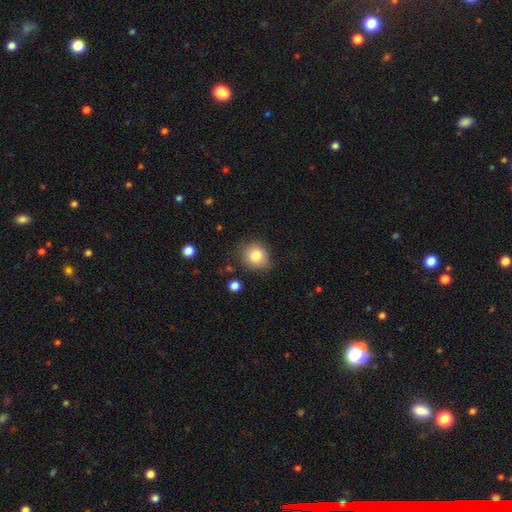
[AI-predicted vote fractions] smooth-or-featured: smooth: 82% | star or artifact: 10% | featured or disk: 9%
  how-rounded: round: 82% | in between: 17% | cigar-shaped: 1%
  merging: none: 81% | minor disturbance: 14% | major disturbance: 3% | merger: 2%